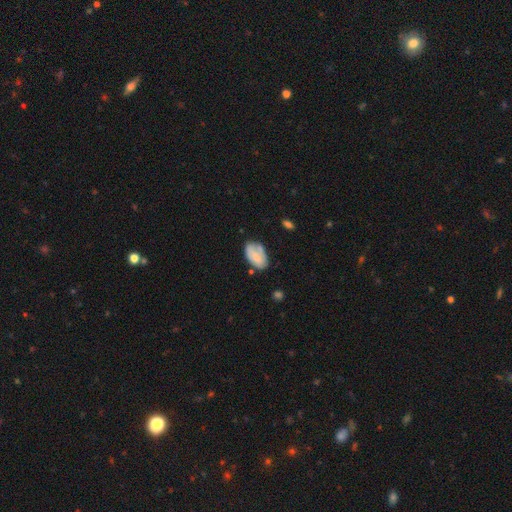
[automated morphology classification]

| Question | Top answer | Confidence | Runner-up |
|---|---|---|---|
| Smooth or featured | smooth | 69% | featured or disk (24%) |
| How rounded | in between | 93% | round (5%) |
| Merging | none | 56% | minor disturbance (28%) |